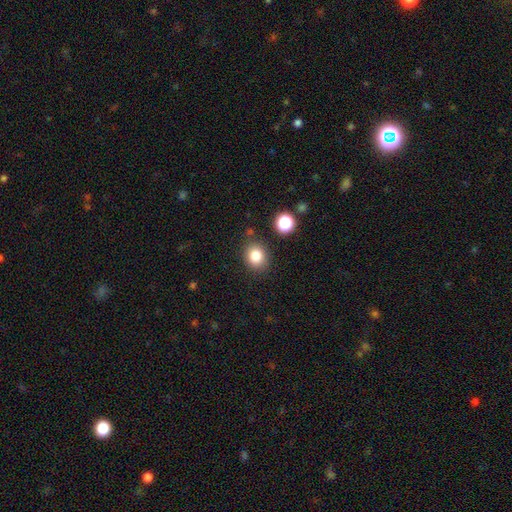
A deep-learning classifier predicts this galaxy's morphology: The model was most divided on "how rounded": round: 70%, in between: 29%, cigar-shaped: 1%. More confident: merging — none (83%); smooth or featured — smooth (82%).